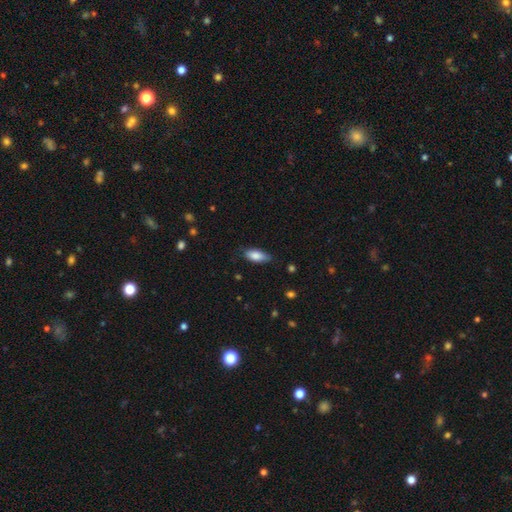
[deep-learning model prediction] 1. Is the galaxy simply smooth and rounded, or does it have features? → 84% smooth, 10% featured or disk, 7% star or artifact.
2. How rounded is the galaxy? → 83% in between, 14% cigar-shaped, 2% round.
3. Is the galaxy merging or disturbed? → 74% none, 22% minor disturbance, 3% major disturbance, 1% merger.